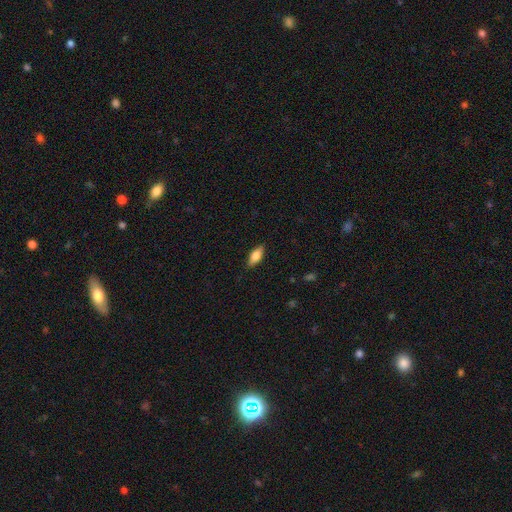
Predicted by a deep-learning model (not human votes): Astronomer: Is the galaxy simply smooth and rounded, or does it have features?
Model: smooth — 72%.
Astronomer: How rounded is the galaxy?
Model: in between — 77%.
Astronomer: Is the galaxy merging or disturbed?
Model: none — 86%.